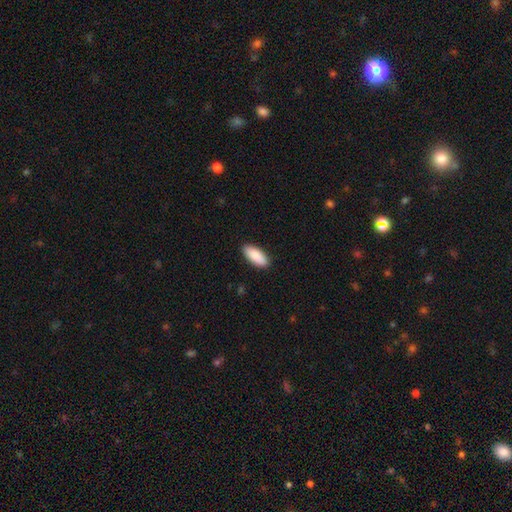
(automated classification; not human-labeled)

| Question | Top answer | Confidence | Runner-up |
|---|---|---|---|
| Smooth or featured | smooth | 89% | star or artifact (5%) |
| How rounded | in between | 83% | cigar-shaped (16%) |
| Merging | none | 90% | minor disturbance (8%) |